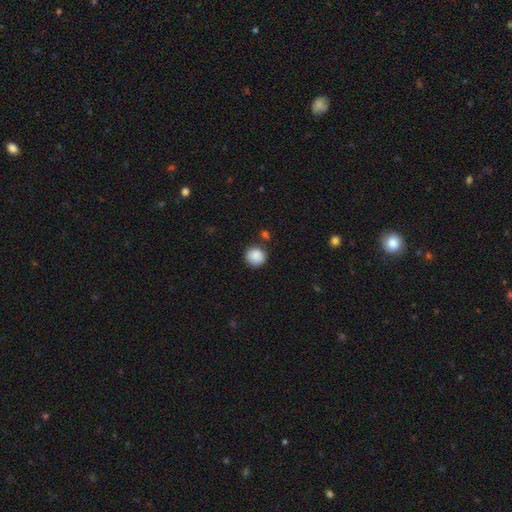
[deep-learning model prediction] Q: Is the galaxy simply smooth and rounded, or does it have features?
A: smooth — 88%.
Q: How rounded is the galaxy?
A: round — 91%.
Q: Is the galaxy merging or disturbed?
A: none — 81%.